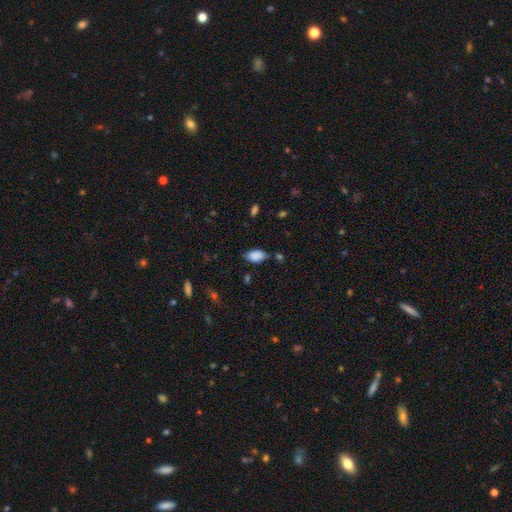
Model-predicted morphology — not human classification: Smooth or featured? smooth (86%)
How rounded? in between (93%)
Merging? none (67%)